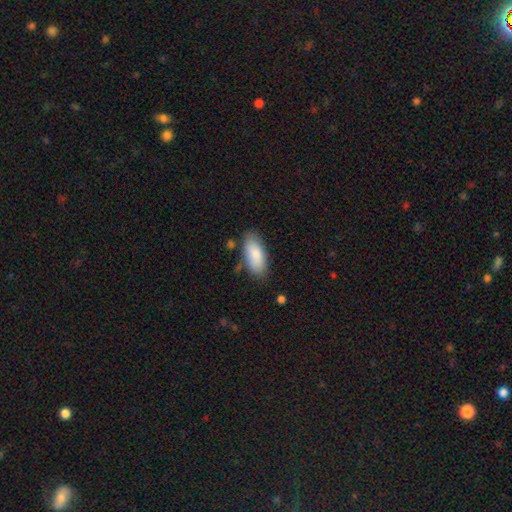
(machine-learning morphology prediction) type=smooth (85%); roundness=in between (86%); merging=none (77%).